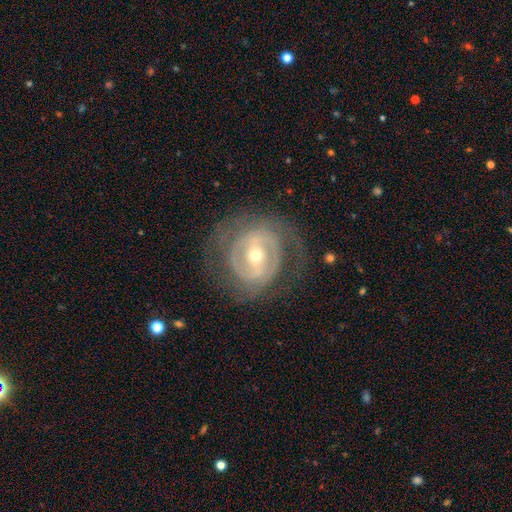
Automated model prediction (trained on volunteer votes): This is clearly a featured or disk galaxy (83%). It is clearly not viewed edge-on (96%). Bar: marginally weak (37%). Spiral arm pattern: likely yes (79%). Spiral arm count: possibly 2 (54%). Spiral winding: possibly tight (54%). Central bulge: possibly small (55%). Merging: likely none (68%).